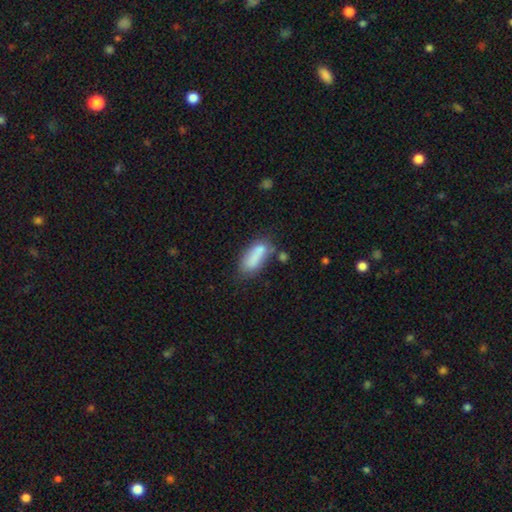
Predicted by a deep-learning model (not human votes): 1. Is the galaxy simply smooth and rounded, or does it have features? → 76% smooth, 15% featured or disk, 9% star or artifact.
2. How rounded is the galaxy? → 75% in between, 22% cigar-shaped, 3% round.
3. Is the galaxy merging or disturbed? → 44% none, 24% minor disturbance, 21% merger, 11% major disturbance.